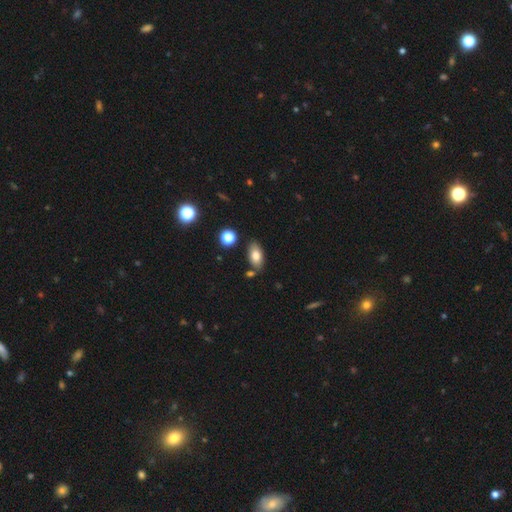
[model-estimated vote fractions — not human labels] Smooth or featured: smooth — 78% (featured or disk — 13%)
How rounded: in between — 91% (round — 6%)
Merging: none — 78% (minor disturbance — 12%)